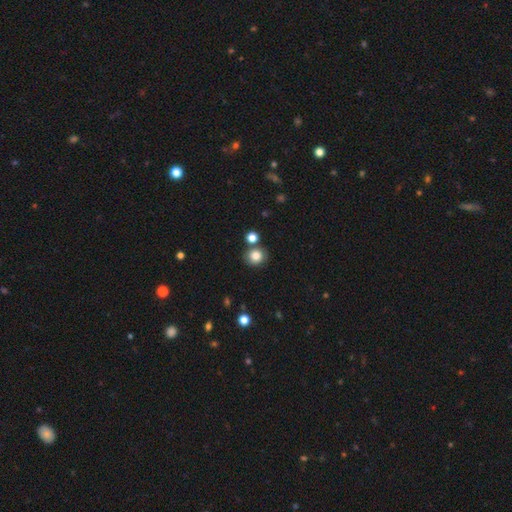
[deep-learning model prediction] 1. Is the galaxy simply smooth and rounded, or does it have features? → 83% smooth, 11% star or artifact, 6% featured or disk.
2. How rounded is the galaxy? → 83% round, 16% in between, 1% cigar-shaped.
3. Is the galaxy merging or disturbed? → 76% none, 12% merger, 9% minor disturbance, 3% major disturbance.